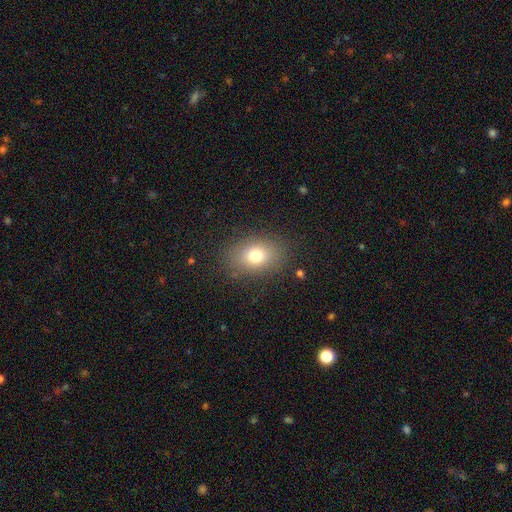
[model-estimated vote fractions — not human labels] Morphology: type=smooth (76%); roundness=in between (73%); merging=none (84%).